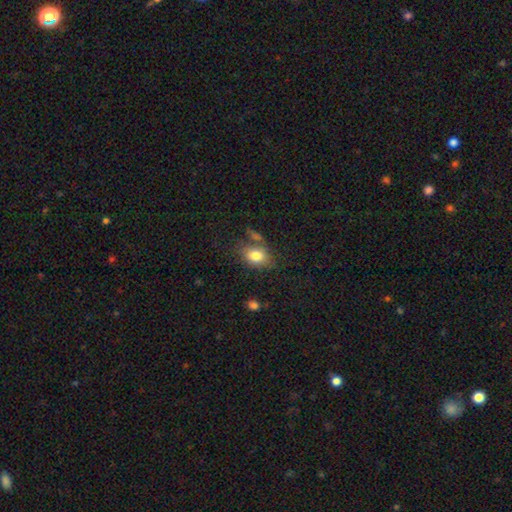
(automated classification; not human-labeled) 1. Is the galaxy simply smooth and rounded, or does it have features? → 80% smooth, 11% featured or disk, 9% star or artifact.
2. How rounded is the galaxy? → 70% in between, 28% round, 1% cigar-shaped.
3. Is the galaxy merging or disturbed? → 61% none, 20% minor disturbance, 11% merger, 7% major disturbance.